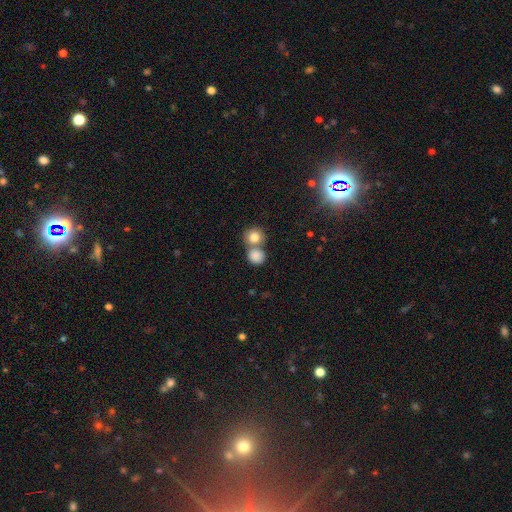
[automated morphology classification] Smooth or featured: smooth — 84% (star or artifact — 9%)
How rounded: round — 82% (in between — 17%)
Merging: none — 45% (merger — 44%)